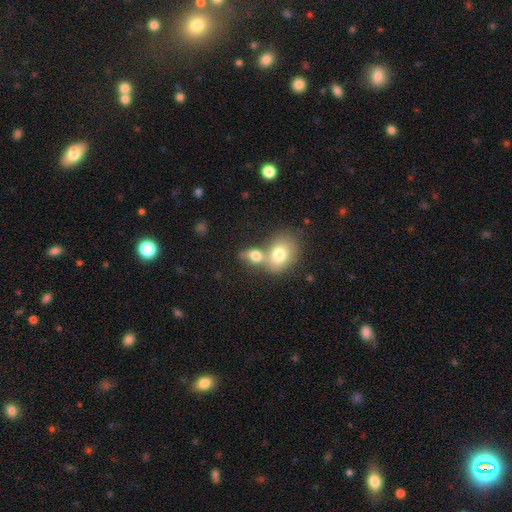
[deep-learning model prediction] Smooth or featured? Predicted: smooth (p=0.74). How rounded? Predicted: in between (p=0.66). Merging? Predicted: merger (p=0.63).